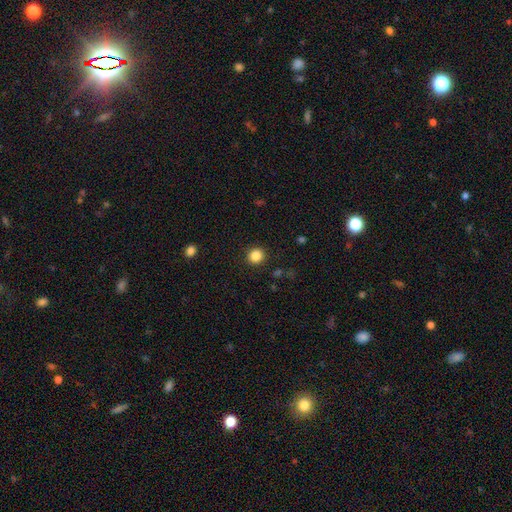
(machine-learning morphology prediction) Q: Smooth or featured?
A: smooth (86%); runner-up: star or artifact (10%)
Q: How rounded?
A: round (90%); runner-up: in between (9%)
Q: Merging?
A: none (91%); runner-up: minor disturbance (6%)